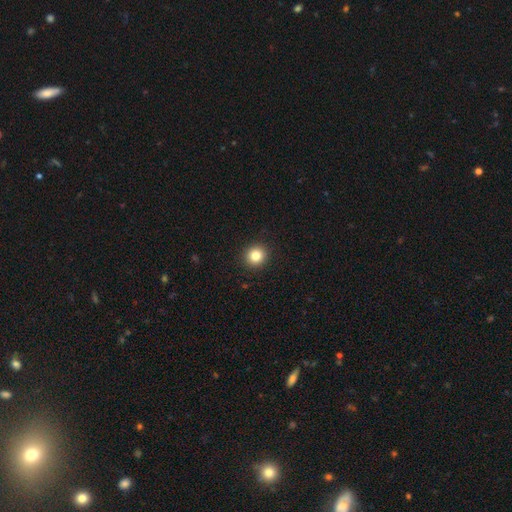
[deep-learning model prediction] smooth 82%, star or artifact 12%, featured or disk 6%. Down the decision tree: how rounded — round (90%); merging — none (93%).